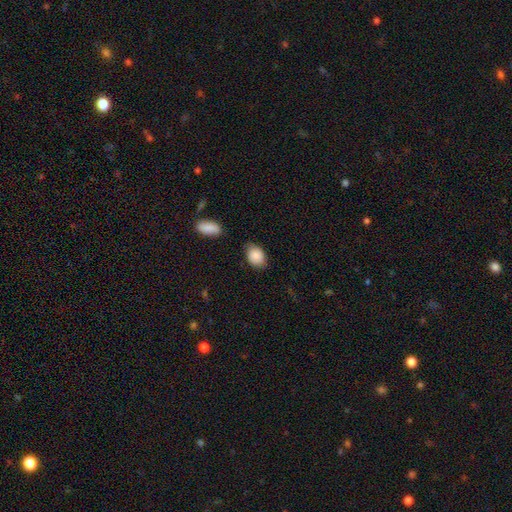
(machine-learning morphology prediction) smooth-or-featured: smooth: 86% | star or artifact: 7% | featured or disk: 6%
  how-rounded: in between: 72% | round: 27% | cigar-shaped: 1%
  merging: none: 66% | minor disturbance: 25% | major disturbance: 5% | merger: 4%